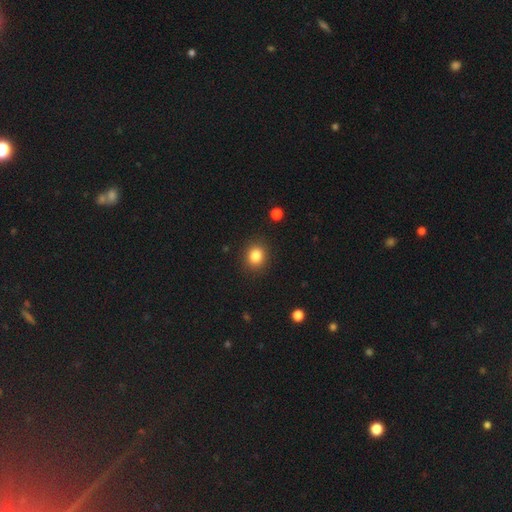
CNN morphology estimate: Overall: smooth (84%). How rounded: round (76%). Merging: none (90%).